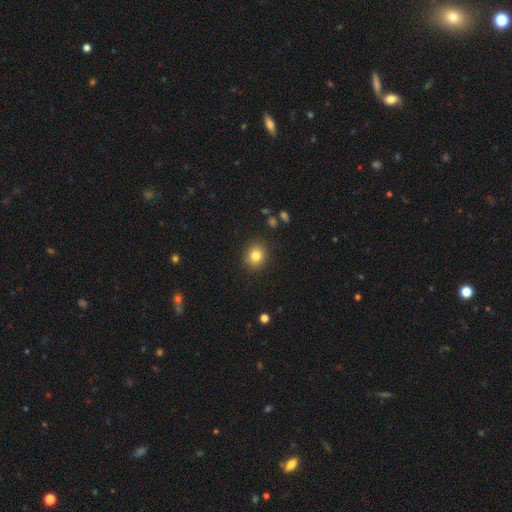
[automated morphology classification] smooth-or-featured: smooth: 82% | star or artifact: 11% | featured or disk: 7%
  how-rounded: round: 77% | in between: 22% | cigar-shaped: 1%
  merging: none: 89% | minor disturbance: 7% | major disturbance: 2% | merger: 1%